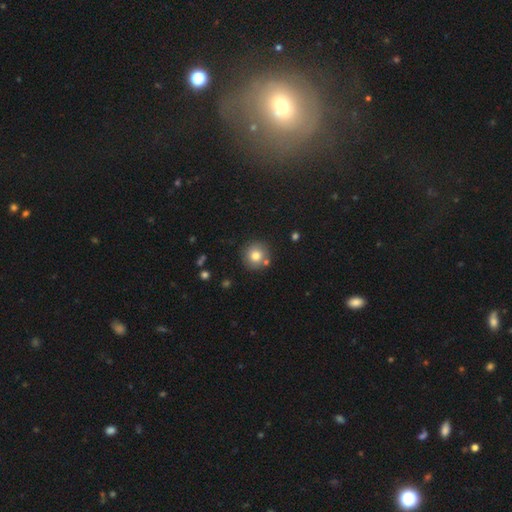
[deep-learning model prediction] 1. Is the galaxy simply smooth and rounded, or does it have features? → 78% smooth, 12% star or artifact, 10% featured or disk.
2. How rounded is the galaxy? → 94% round, 5% in between, 1% cigar-shaped.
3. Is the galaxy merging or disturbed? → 81% none, 9% merger, 8% minor disturbance, 2% major disturbance.